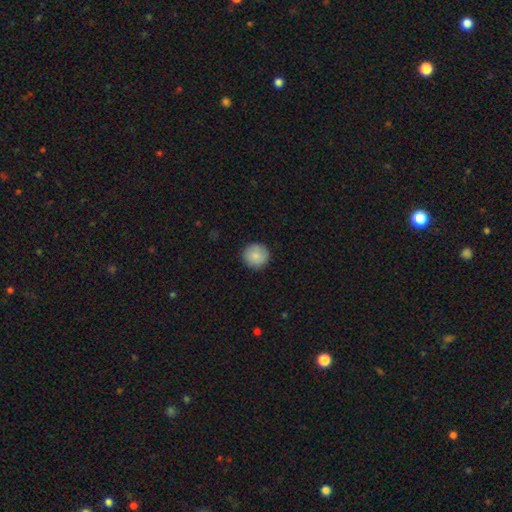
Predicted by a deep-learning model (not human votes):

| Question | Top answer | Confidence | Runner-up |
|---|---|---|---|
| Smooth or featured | smooth | 85% | featured or disk (8%) |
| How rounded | round | 96% | in between (4%) |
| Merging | none | 90% | minor disturbance (7%) |